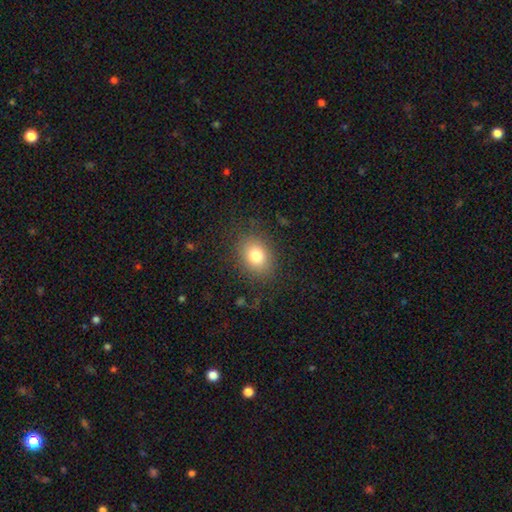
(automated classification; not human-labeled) Smooth or featured: smooth — 80% (star or artifact — 11%)
How rounded: in between — 56% (round — 43%)
Merging: none — 84% (minor disturbance — 10%)